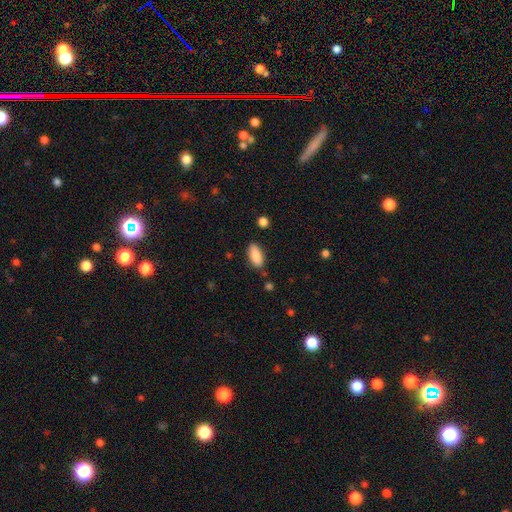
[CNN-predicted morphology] A smooth galaxy with no disk features (87%) that is in between round and cigar-shaped (88%). Merging: none (83%).